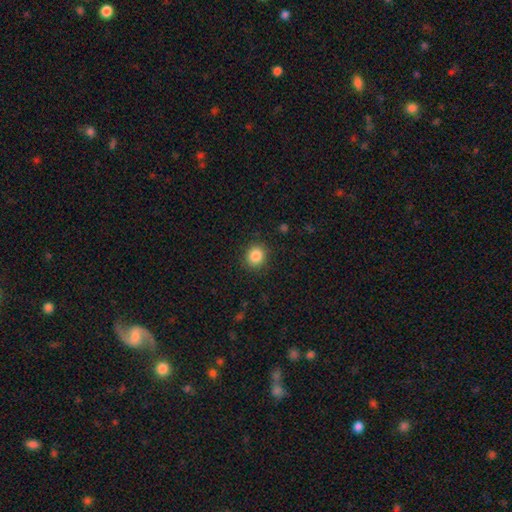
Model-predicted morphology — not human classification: type=smooth (86%); roundness=round (81%); merging=none (89%).